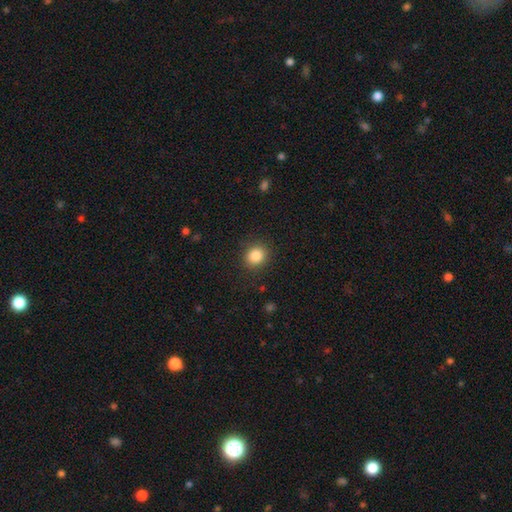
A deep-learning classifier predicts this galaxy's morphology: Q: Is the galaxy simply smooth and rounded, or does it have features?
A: smooth — 85%.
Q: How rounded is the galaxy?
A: round — 82%.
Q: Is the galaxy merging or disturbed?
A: none — 89%.